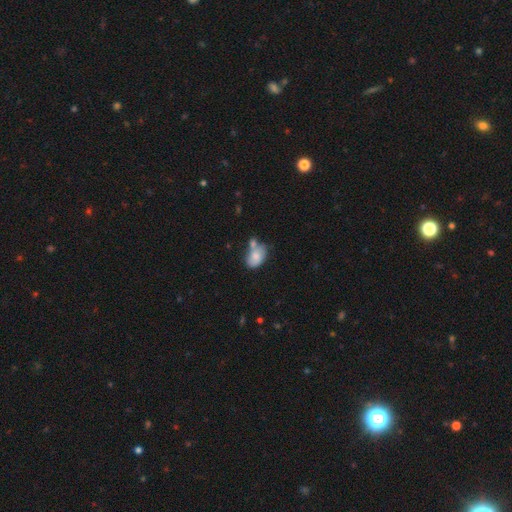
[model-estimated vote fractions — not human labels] A smooth galaxy with no disk features (78%) that is in between round and cigar-shaped (84%). Merging: none (37%).